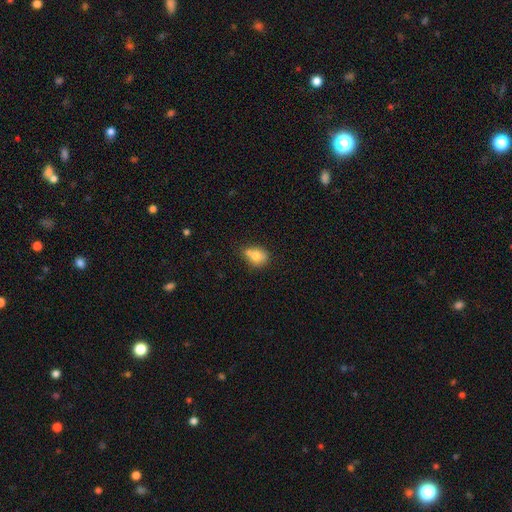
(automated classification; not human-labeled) This is likely a smooth galaxy (75%). How rounded: possibly round (56%). Merging: possibly none (45%).